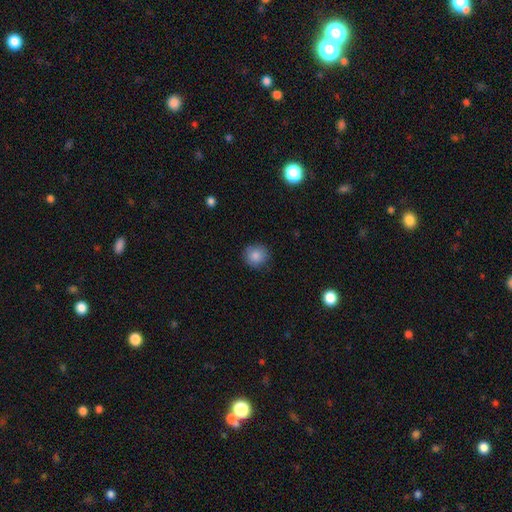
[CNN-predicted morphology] A smooth galaxy with no disk features (85%) that is round (90%). Merging: none (87%).